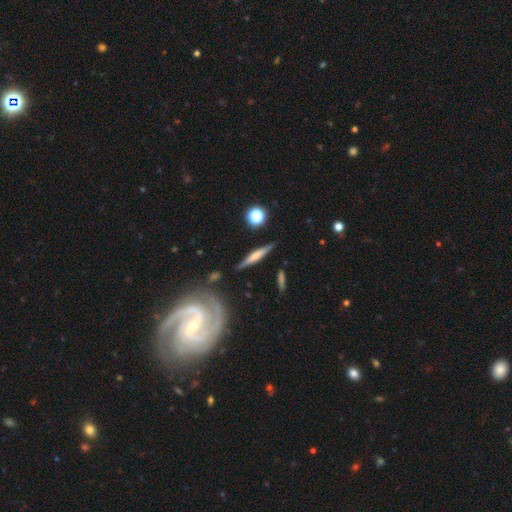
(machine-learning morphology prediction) type=featured or disk (58%); edge-on=yes (93%); edge-on bulge=rounded (51%); merging=none (84%).